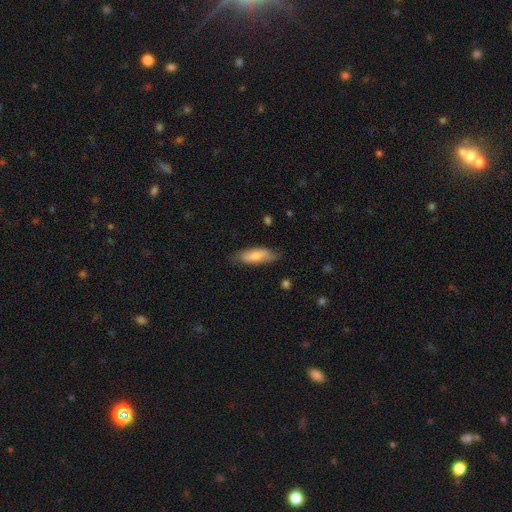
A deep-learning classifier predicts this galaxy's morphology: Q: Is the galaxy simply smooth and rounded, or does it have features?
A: smooth — 75%.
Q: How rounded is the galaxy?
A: in between — 63%.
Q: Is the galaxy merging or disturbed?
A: none — 71%.